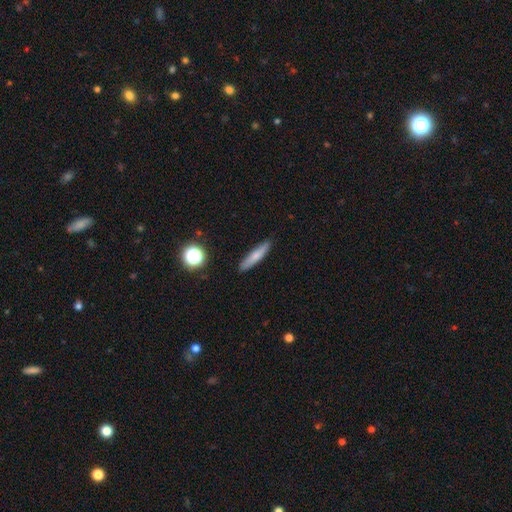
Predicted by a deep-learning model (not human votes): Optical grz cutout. It shows a smooth galaxy with no disk features (71%) that is cigar-shaped (84%). Merging: none (88%).